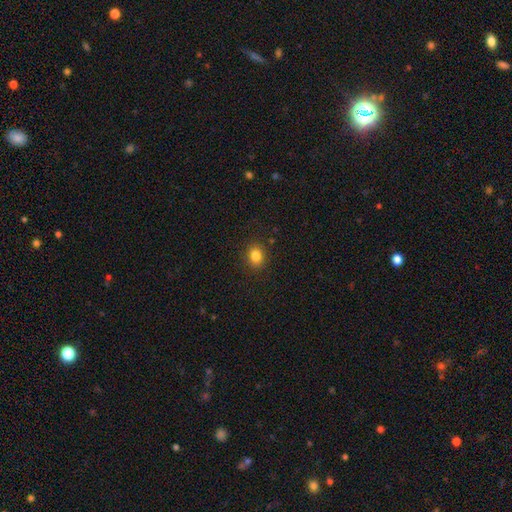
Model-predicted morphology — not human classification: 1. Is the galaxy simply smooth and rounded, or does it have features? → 83% smooth, 11% star or artifact, 6% featured or disk.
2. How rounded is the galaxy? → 55% round, 44% in between, 1% cigar-shaped.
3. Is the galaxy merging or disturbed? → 88% none, 8% minor disturbance, 2% major disturbance, 1% merger.